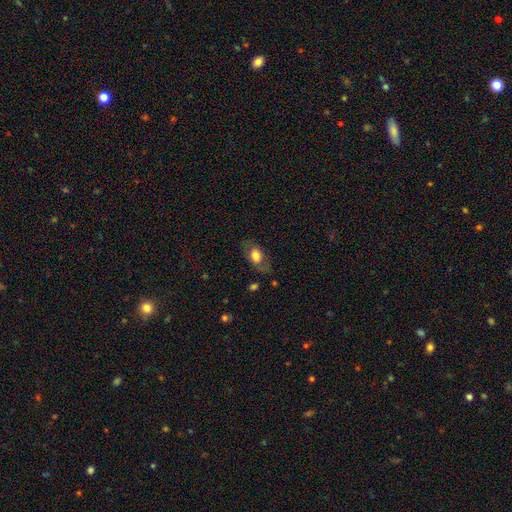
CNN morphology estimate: smooth 65%, featured or disk 28%, star or artifact 8%. Down the decision tree: how rounded — in between (85%); merging — none (70%).